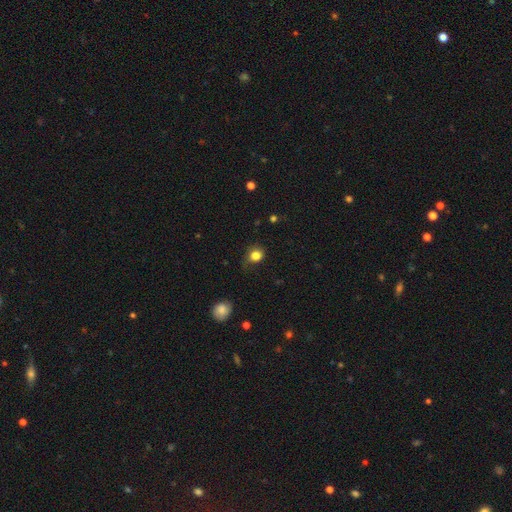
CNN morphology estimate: Q: Smooth or featured?
A: smooth (83%); runner-up: star or artifact (11%)
Q: How rounded?
A: round (73%); runner-up: in between (26%)
Q: Merging?
A: none (65%); runner-up: minor disturbance (25%)